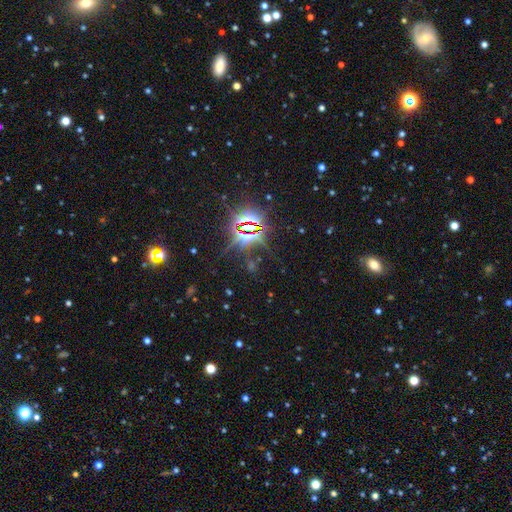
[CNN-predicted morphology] Smooth or featured? star or artifact (81%)